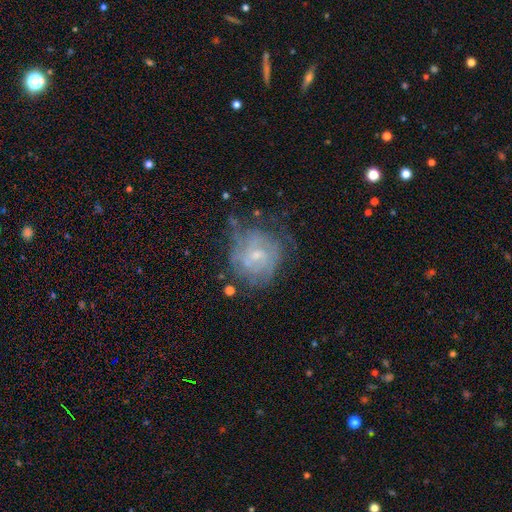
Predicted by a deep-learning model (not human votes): smooth-or-featured: featured or disk: 73% | smooth: 18% | star or artifact: 8%
  disk-edge-on: no: 97% | yes: 3%
    bar: no: 49% | weak: 44% | strong: 7%
    has-spiral-arms: yes: 79% | no: 21%
      spiral-winding: tight: 60% | medium: 31% | loose: 10%
      spiral-arm-count: can't tell: 52% | 2: 20% | 3: 13% | 4: 7% | 1: 4% | more than 4: 4%
    bulge-size: small: 62% | moderate: 31% | none: 5% | large: 2% | dominant: 1%
  merging: none: 57% | minor disturbance: 24% | major disturbance: 16% | merger: 3%